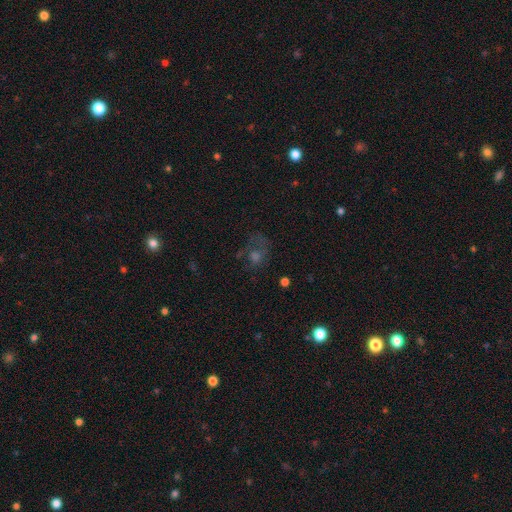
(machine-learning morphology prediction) Smooth or featured?
  - smooth: 40% *
  - featured or disk: 30%
  - star or artifact: 30%
Merging?
  - none: 43% *
  - major disturbance: 35%
  - minor disturbance: 18%
  - merger: 4%